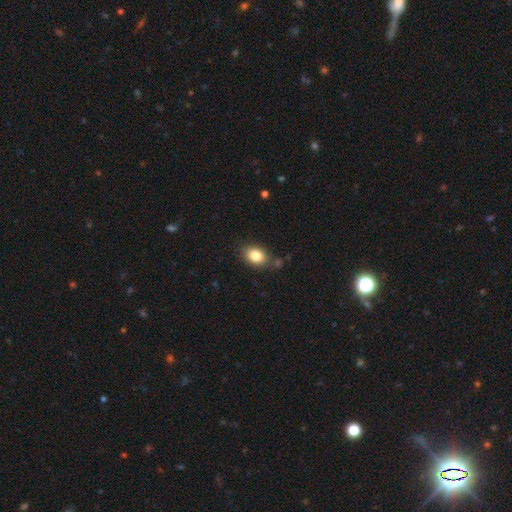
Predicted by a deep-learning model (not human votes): smooth-or-featured: smooth: 84% | star or artifact: 9% | featured or disk: 8%
  how-rounded: in between: 73% | round: 26% | cigar-shaped: 1%
  merging: none: 78% | minor disturbance: 13% | merger: 5% | major disturbance: 3%